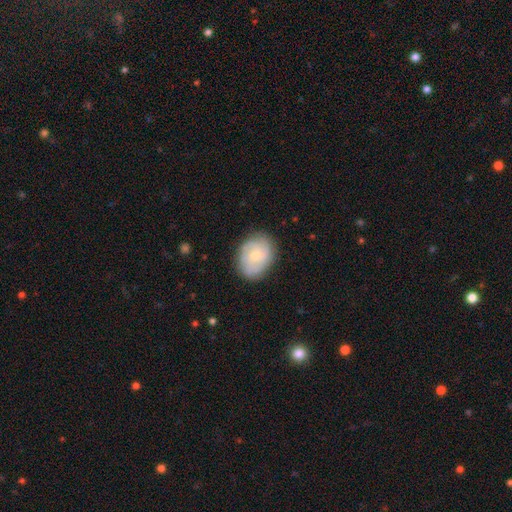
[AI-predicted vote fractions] Q: Smooth or featured?
A: featured or disk (51%); runner-up: smooth (42%)
Q: Edge-on disk?
A: no (97%); runner-up: yes (3%)
Q: Merging?
A: none (78%); runner-up: minor disturbance (16%)